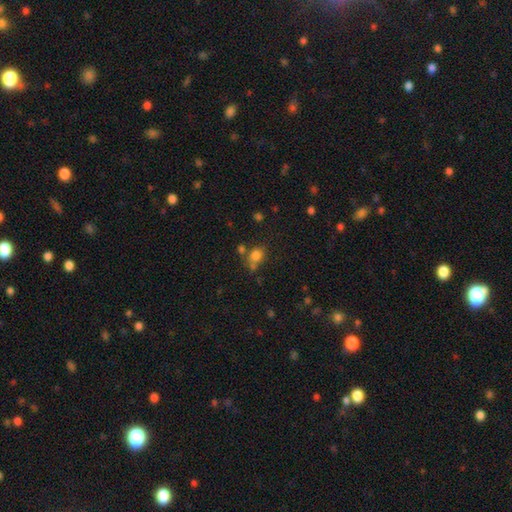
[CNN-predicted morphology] This is likely a smooth galaxy (78%). How rounded: possibly round (58%). Merging: possibly none (55%).